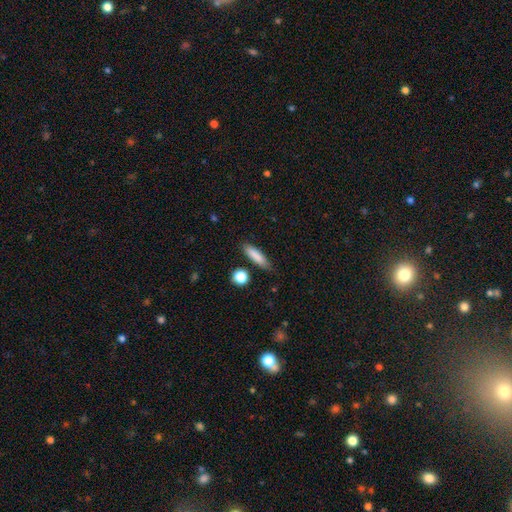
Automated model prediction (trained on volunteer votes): The model was most divided on "how rounded": cigar-shaped: 73%, in between: 24%, round: 3%. More confident: smooth or featured — smooth (83%); merging — none (81%).